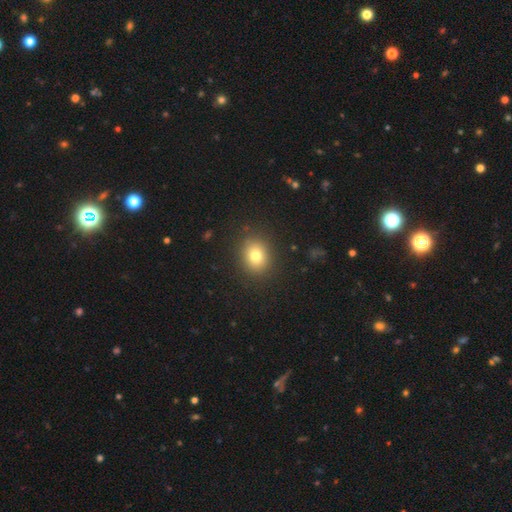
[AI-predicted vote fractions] Overall: smooth (78%). How rounded: round (60%; in between 39%). Merging: none (88%).